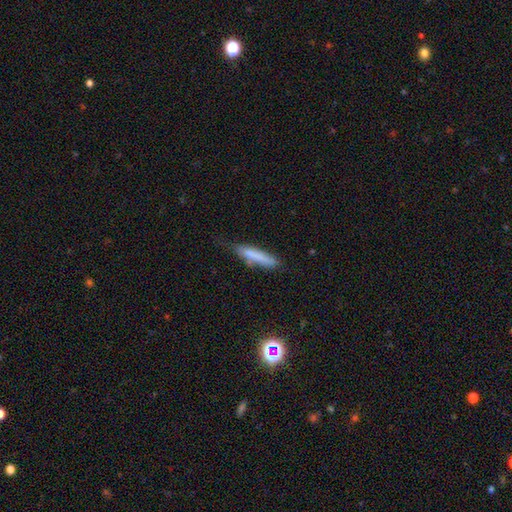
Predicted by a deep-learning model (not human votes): A smooth galaxy with no disk features (76%) that is cigar-shaped (87%). Merging: none (62%).